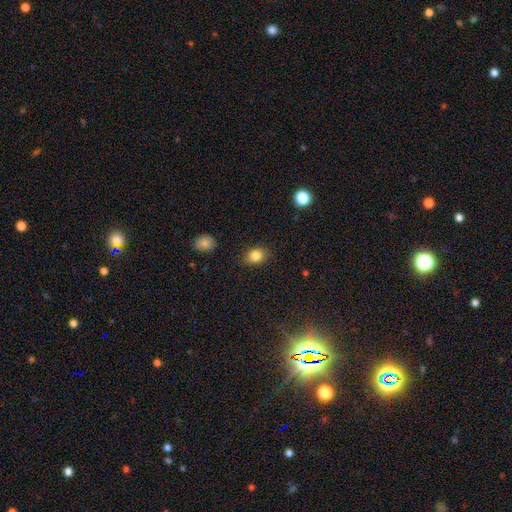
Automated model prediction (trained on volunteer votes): The model was most divided on "how rounded": round: 51%, in between: 48%, cigar-shaped: 1%. More confident: smooth or featured — smooth (83%); merging — none (83%).